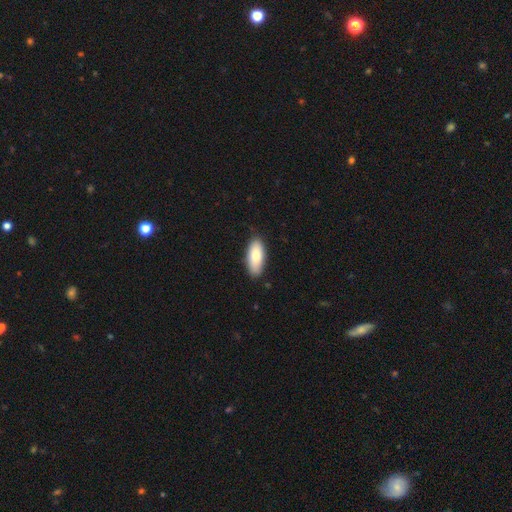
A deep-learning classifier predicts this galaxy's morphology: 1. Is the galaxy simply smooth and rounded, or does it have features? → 81% smooth, 13% featured or disk, 6% star or artifact.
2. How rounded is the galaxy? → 85% in between, 13% cigar-shaped, 2% round.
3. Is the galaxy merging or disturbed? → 86% none, 11% minor disturbance, 2% major disturbance, 1% merger.